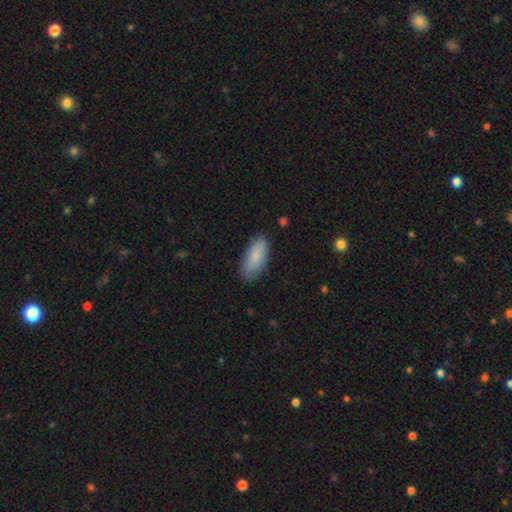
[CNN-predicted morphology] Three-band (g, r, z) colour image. It shows a smooth galaxy with no disk features (85%) that is in between round and cigar-shaped (85%). Merging: none (81%).